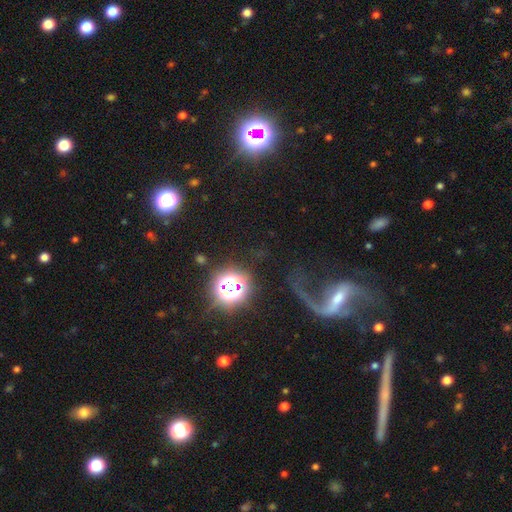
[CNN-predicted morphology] Smooth or featured?
  - featured or disk: 54% *
  - star or artifact: 27%
  - smooth: 19%
Edge-on disk?
  - no: 87% *
  - yes: 13%
Merging?
  - none: 58% *
  - major disturbance: 18%
  - minor disturbance: 13%
  - merger: 11%